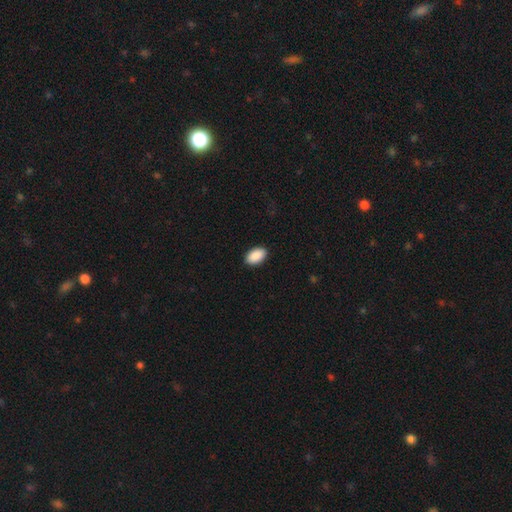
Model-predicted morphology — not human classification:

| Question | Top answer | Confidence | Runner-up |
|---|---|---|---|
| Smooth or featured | smooth | 91% | star or artifact (6%) |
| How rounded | in between | 94% | round (4%) |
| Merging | none | 90% | minor disturbance (7%) |